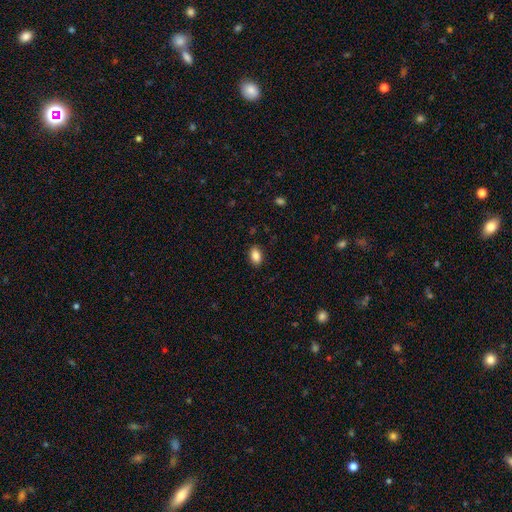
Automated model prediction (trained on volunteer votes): The model was most divided on "merging": none: 86%, minor disturbance: 11%, major disturbance: 2%, merger: 1%. More confident: how rounded — in between (88%); smooth or featured — smooth (86%).